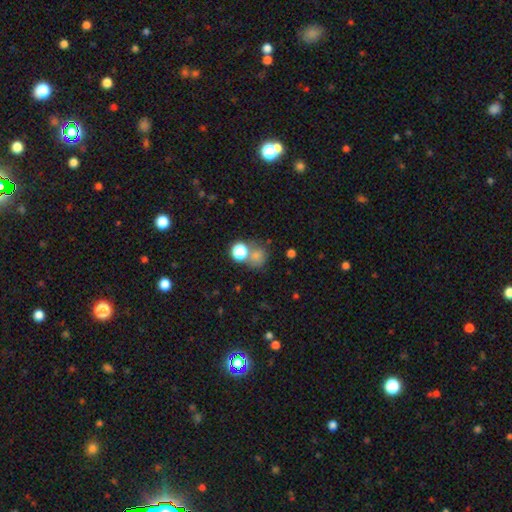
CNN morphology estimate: Overall: smooth (69%). How rounded: round (80%). Merging: none (53%; merger 28%).